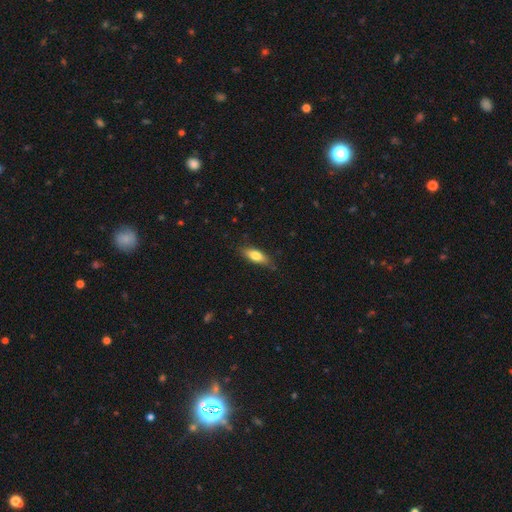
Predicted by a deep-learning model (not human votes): Q: Smooth or featured?
A: smooth (75%); runner-up: featured or disk (18%)
Q: How rounded?
A: in between (66%); runner-up: cigar-shaped (32%)
Q: Merging?
A: none (79%); runner-up: minor disturbance (17%)